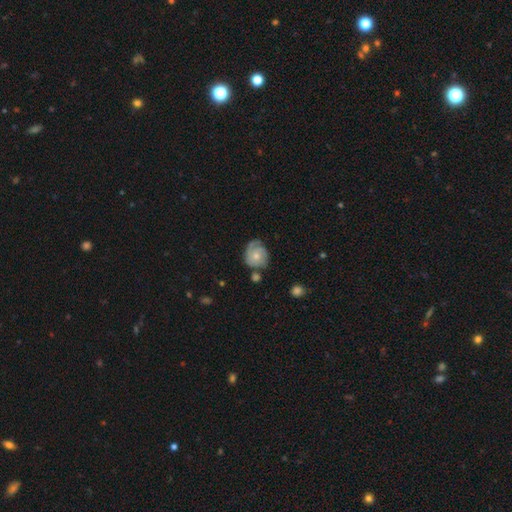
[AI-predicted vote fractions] This is likely a featured or disk galaxy (65%). It is clearly not viewed edge-on (97%). Bar: likely no (79%). Spiral arm pattern: clearly yes (88%). Spiral arm count: marginally 2 (33%). Spiral winding: likely tight (62%). Central bulge: possibly moderate (53%). Merging: possibly none (55%).